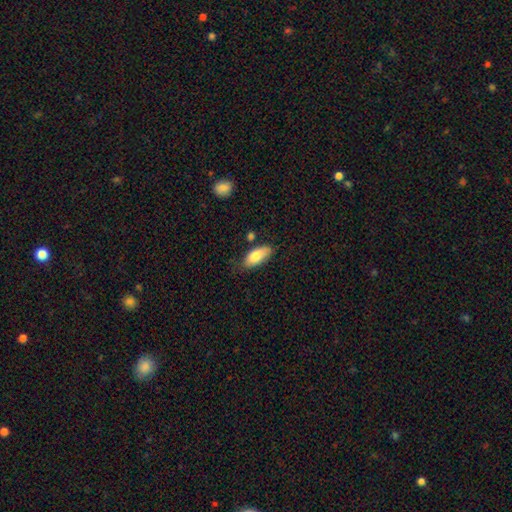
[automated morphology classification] Q: Smooth or featured?
A: smooth (81%); runner-up: featured or disk (13%)
Q: How rounded?
A: in between (86%); runner-up: cigar-shaped (12%)
Q: Merging?
A: none (72%); runner-up: minor disturbance (20%)